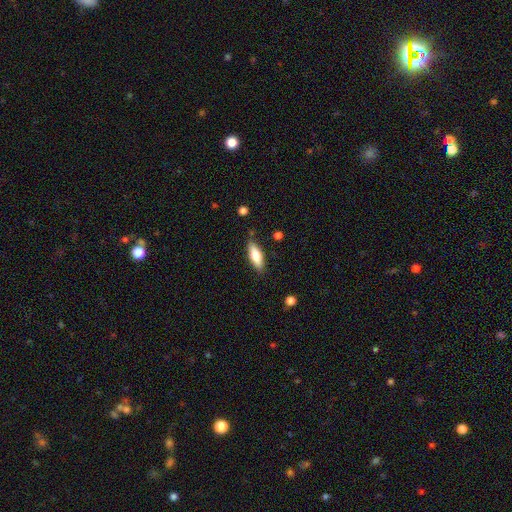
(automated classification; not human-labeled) Overall: smooth (71%). How rounded: in between (58%; cigar-shaped 40%). Merging: none (84%).